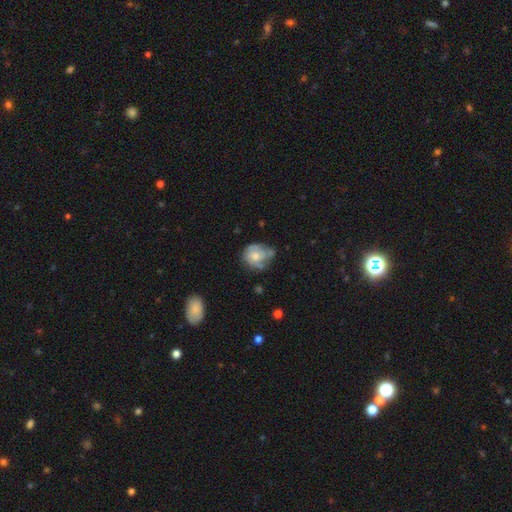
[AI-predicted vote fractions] Q: Smooth or featured?
A: smooth (53%); runner-up: featured or disk (39%)
Q: How rounded?
A: round (68%); runner-up: in between (31%)
Q: Merging?
A: none (46%); runner-up: minor disturbance (32%)